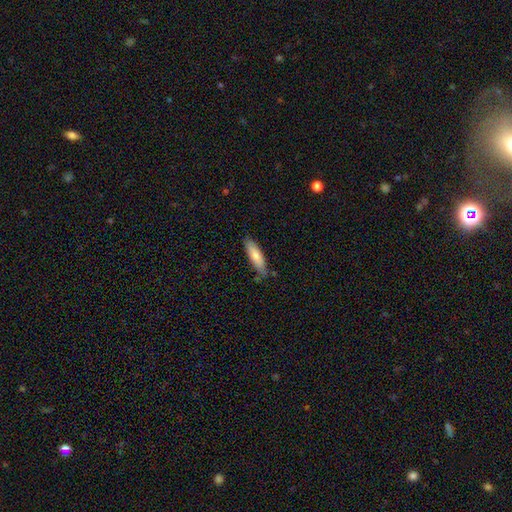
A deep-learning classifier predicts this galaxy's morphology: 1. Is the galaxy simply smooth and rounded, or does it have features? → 79% smooth, 15% featured or disk, 5% star or artifact.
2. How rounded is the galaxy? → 57% cigar-shaped, 42% in between, 1% round.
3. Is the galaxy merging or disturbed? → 73% none, 20% minor disturbance, 3% major disturbance, 3% merger.